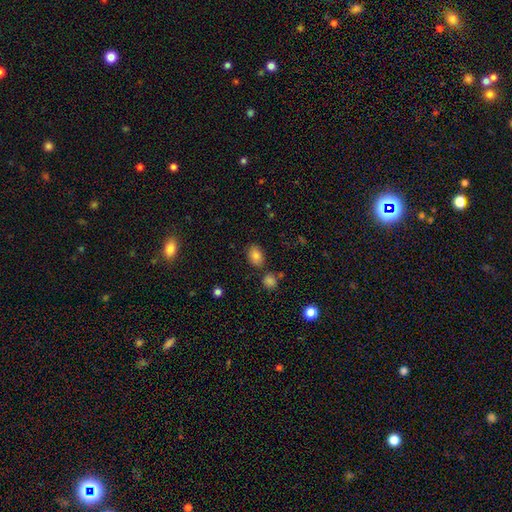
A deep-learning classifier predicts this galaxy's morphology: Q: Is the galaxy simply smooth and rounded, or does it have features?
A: smooth — 83%.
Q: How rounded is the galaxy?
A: in between — 80%.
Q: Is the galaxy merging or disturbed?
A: none — 79%.